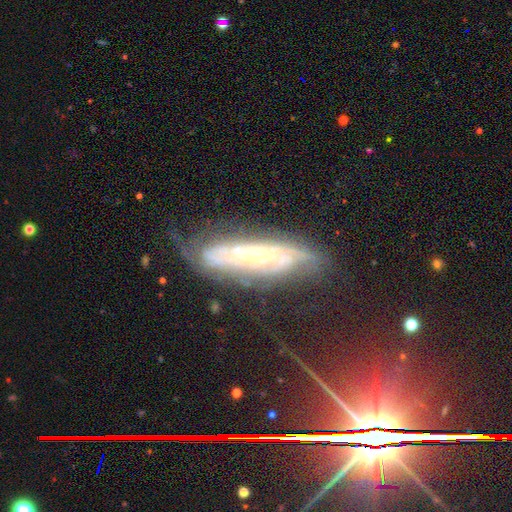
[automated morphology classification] featured or disk 77%, smooth 13%, star or artifact 10%. Down the decision tree: edge-on disk — no (72%); bar — no (63%); spiral arms — yes (88%); bulge size — small (71%); merging — none (68%).